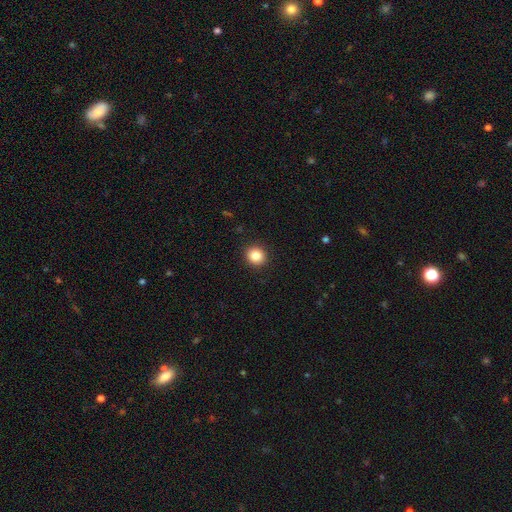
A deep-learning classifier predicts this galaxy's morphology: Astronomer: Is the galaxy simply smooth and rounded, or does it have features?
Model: smooth — 85%.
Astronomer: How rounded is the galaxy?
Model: round — 86%.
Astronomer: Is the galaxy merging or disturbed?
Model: none — 91%.